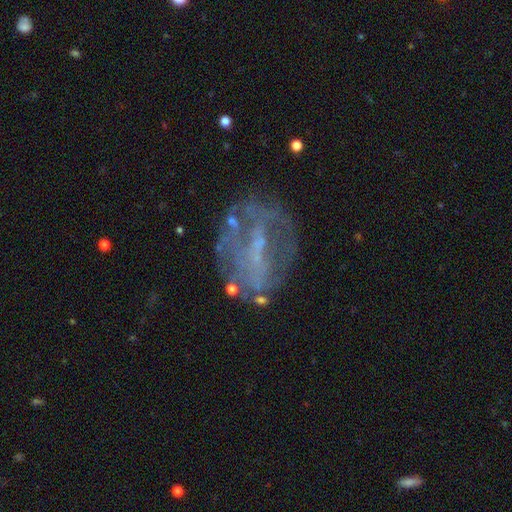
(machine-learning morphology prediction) Smooth or featured?
  - featured or disk: 67% *
  - smooth: 19%
  - star or artifact: 14%
Edge-on disk?
  - no: 95% *
  - yes: 5%
Bar?
  - no: 44% *
  - weak: 35%
  - strong: 21%
Spiral arms?
  - no: 66% *
  - yes: 34%
Bulge size?
  - small: 50% *
  - none: 37%
  - moderate: 11%
  - large: 1%
  - dominant: 1%
Merging?
  - none: 58% *
  - major disturbance: 20%
  - minor disturbance: 18%
  - merger: 5%